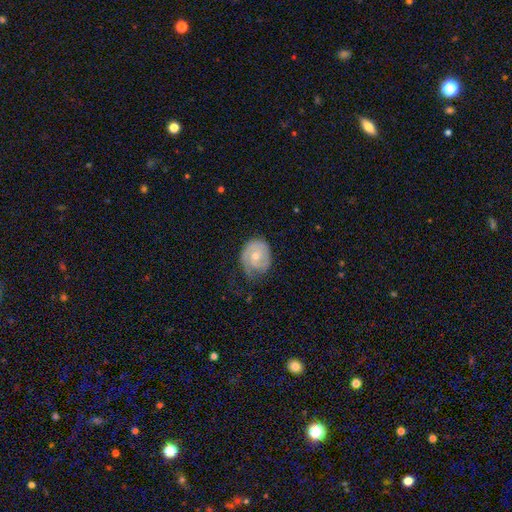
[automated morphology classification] featured or disk 67%, smooth 27%, star or artifact 6%. Down the decision tree: edge-on disk — no (97%); bar — no (72%); spiral arms — yes (86%); spiral arm count — 2 (39%); spiral winding — tight (59%); bulge size — moderate (55%); merging — none (55%).